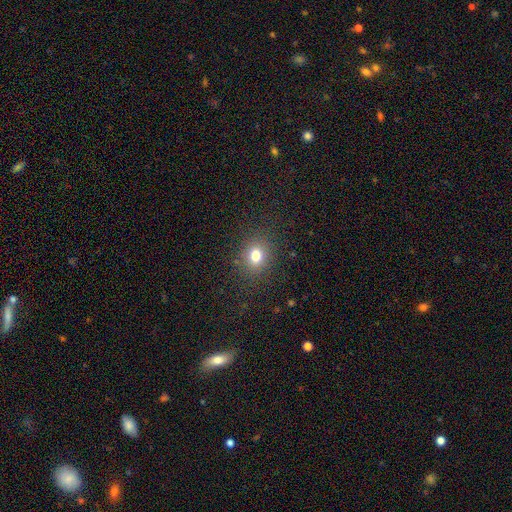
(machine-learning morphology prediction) Smooth or featured: smooth — 77% (star or artifact — 14%)
How rounded: round — 65% (in between — 34%)
Merging: none — 87% (minor disturbance — 9%)